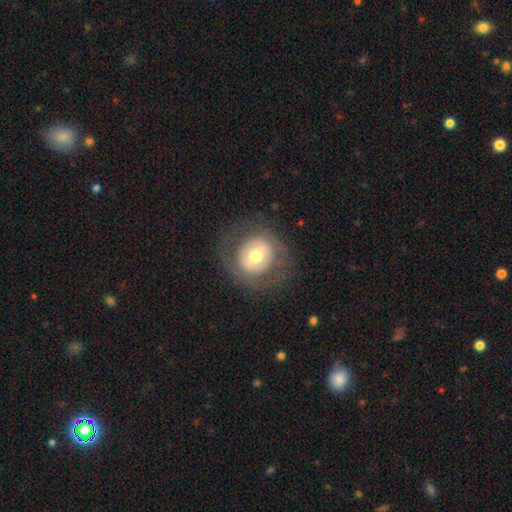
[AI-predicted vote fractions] Morphology: type=smooth (49%); merging=none (77%).